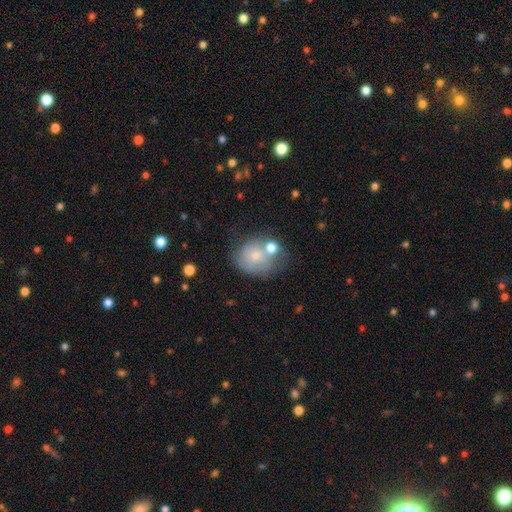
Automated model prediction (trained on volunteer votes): smooth-or-featured: smooth: 70% | featured or disk: 21% | star or artifact: 9%
  how-rounded: round: 67% | in between: 32% | cigar-shaped: 1%
  merging: none: 42% | merger: 26% | minor disturbance: 21% | major disturbance: 11%